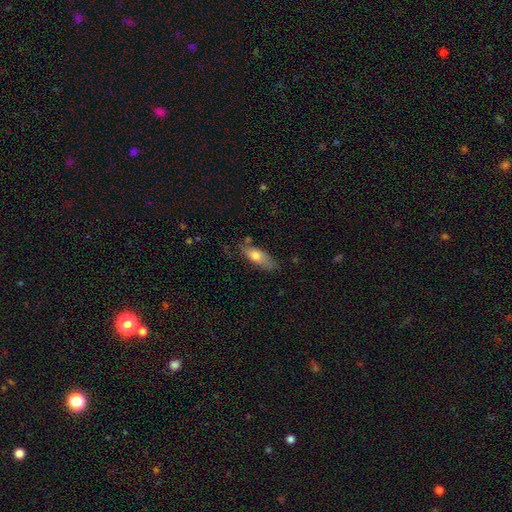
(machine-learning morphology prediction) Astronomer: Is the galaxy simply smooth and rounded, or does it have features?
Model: smooth — 70%.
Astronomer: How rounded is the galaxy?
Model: in between — 70%.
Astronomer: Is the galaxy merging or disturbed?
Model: none — 68%.